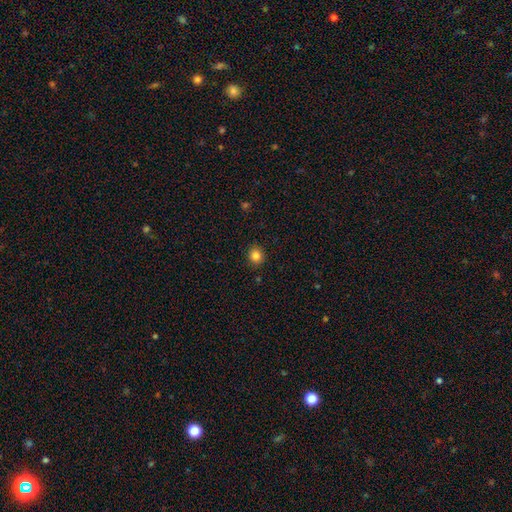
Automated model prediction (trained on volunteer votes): smooth 84%, star or artifact 11%, featured or disk 5%. Down the decision tree: how rounded — round (87%); merging — none (91%).